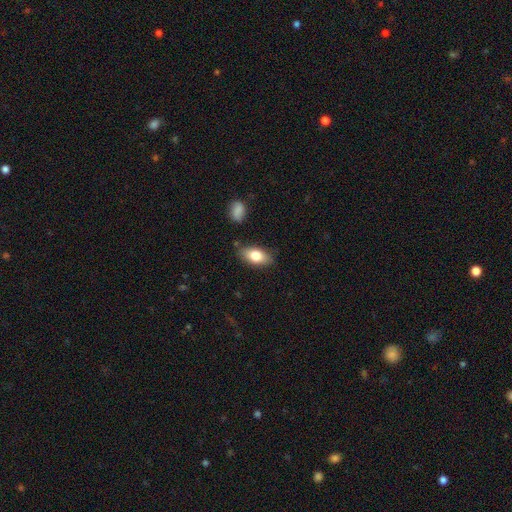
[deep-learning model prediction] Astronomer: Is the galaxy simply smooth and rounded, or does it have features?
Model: smooth — 78%.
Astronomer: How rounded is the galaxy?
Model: in between — 89%.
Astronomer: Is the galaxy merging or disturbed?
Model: none — 82%.